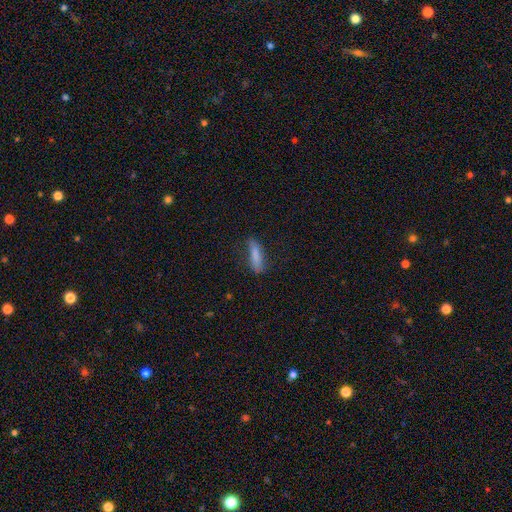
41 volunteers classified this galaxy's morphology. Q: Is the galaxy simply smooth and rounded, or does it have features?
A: smooth — 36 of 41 (88%).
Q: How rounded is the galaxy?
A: cigar-shaped — 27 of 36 (75%).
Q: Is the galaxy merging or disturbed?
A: none — 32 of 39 (82%).